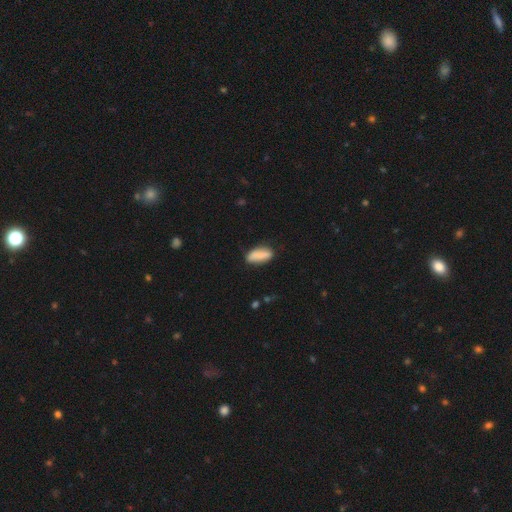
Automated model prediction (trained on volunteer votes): This is clearly a smooth galaxy (81%). How rounded: likely in between (69%). Merging: likely none (78%).